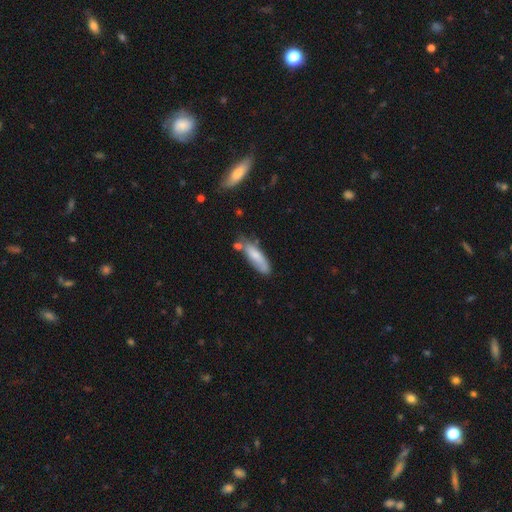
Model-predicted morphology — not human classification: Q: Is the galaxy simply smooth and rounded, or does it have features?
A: smooth — 74%.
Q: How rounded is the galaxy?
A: cigar-shaped — 56%.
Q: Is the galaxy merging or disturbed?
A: none — 56%.